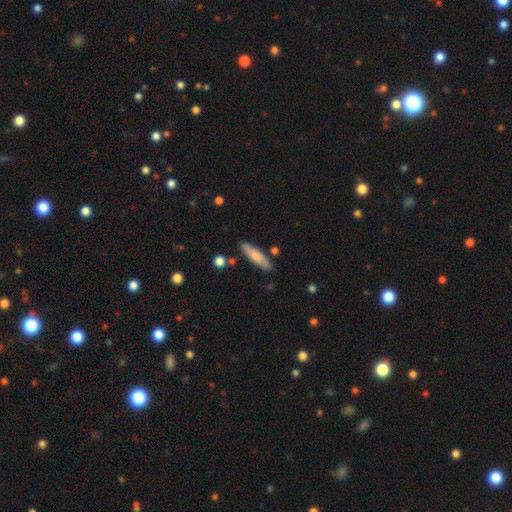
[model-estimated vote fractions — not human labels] Smooth or featured? smooth (75%)
How rounded? cigar-shaped (70%)
Merging? none (82%)